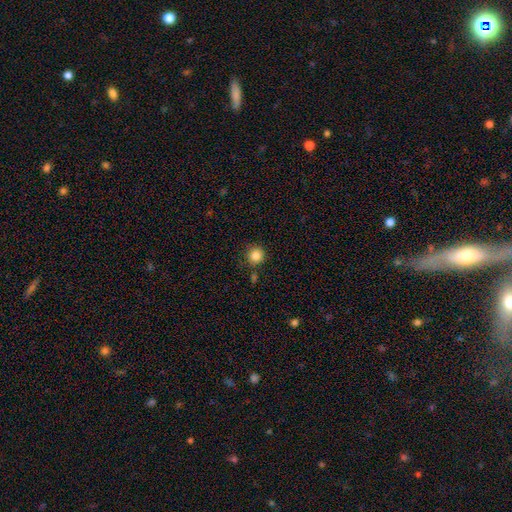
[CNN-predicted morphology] A smooth galaxy with no disk features (85%) that is round (92%). Merging: none (84%).